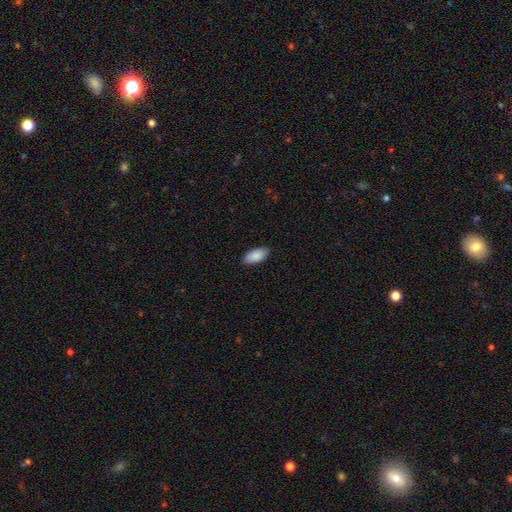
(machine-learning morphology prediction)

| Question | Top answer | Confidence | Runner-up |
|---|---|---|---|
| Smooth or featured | smooth | 89% | star or artifact (6%) |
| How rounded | in between | 92% | cigar-shaped (6%) |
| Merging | none | 87% | minor disturbance (10%) |